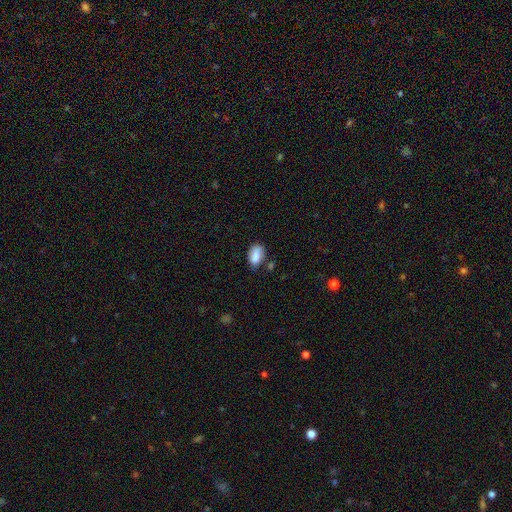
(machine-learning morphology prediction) This is clearly a smooth galaxy (83%). How rounded: clearly in between (86%). Merging: possibly none (58%).